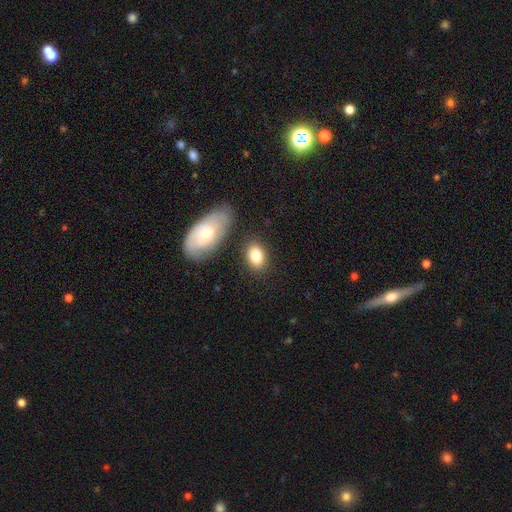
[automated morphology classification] A smooth galaxy with no disk features (82%) that is in between round and cigar-shaped (83%).

Vote fractions:
- Smooth or featured? smooth: 82% / featured or disk: 10% / star or artifact: 7%
- How rounded? in between: 83% / round: 15% / cigar-shaped: 2%
- Merging? none: 78% / minor disturbance: 12% / merger: 6% / major disturbance: 4%